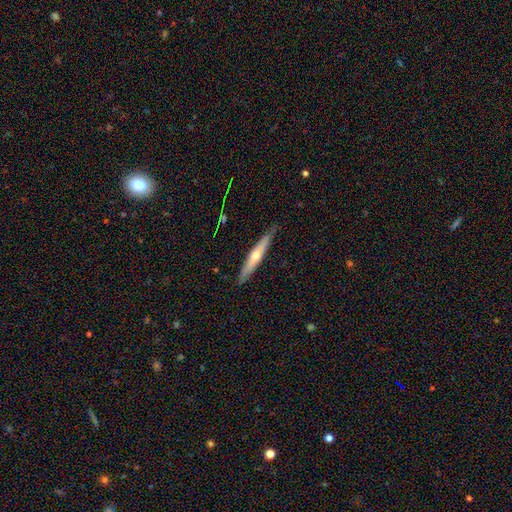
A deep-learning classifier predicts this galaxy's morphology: A featured or disk galaxy (58%) viewed edge-on (93%) with a rounded central bulge (82%). Merging: none (86%).